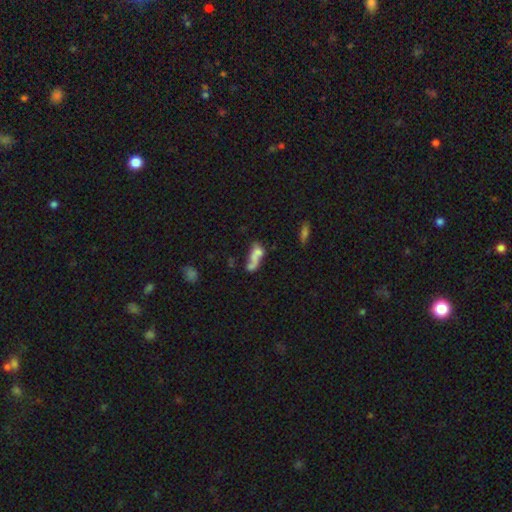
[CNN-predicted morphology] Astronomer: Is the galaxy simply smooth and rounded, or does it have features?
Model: smooth — 55% (runner-up: featured or disk, 32%).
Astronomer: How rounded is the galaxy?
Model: in between — 69%.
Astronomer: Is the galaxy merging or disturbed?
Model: merger — 49%.